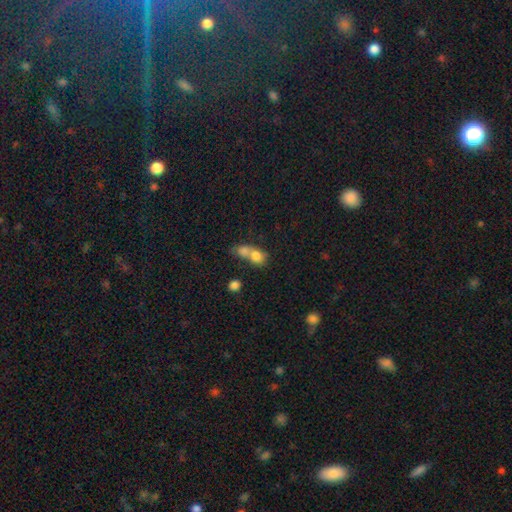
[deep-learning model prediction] smooth_or_featured: smooth (p=0.73) [alt: featured or disk p=0.16]
how_rounded: round (p=0.55) [alt: in between p=0.42]
merging: merger (p=0.69) [alt: none p=0.19]